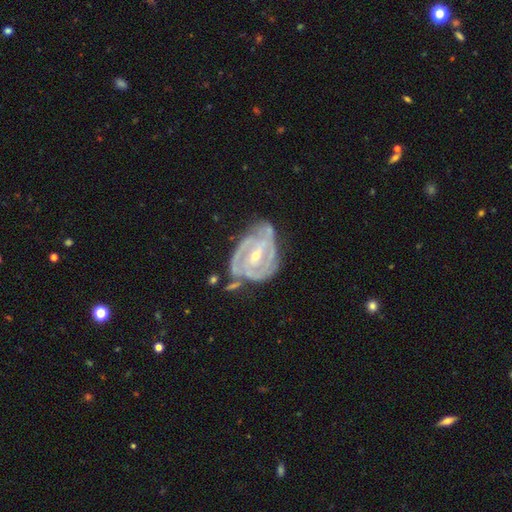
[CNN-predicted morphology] smooth-or-featured: featured or disk: 88% | smooth: 7% | star or artifact: 5%
  disk-edge-on: no: 97% | yes: 3%
    bar: weak: 43% | strong: 36% | no: 21%
    has-spiral-arms: yes: 94% | no: 6%
      spiral-winding: tight: 60% | medium: 32% | loose: 7%
      spiral-arm-count: 2: 43% | 3: 23% | can't tell: 21% | 4: 6% | 1: 4% | more than 4: 3%
    bulge-size: small: 58% | moderate: 39% | large: 1% | none: 1% | dominant: 1%
  merging: none: 43% | minor disturbance: 28% | major disturbance: 17% | merger: 12%